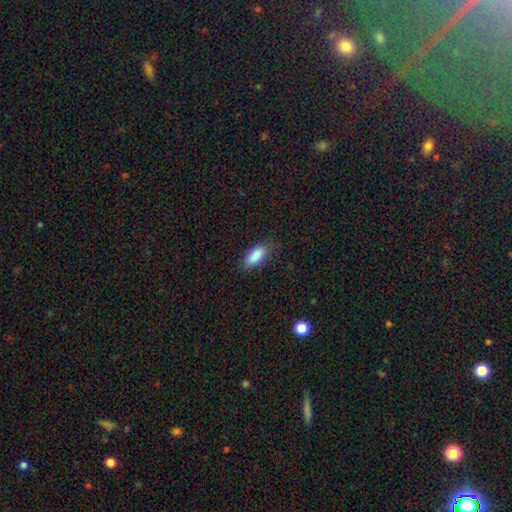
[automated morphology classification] type=smooth (87%); roundness=in between (83%); merging=none (78%).